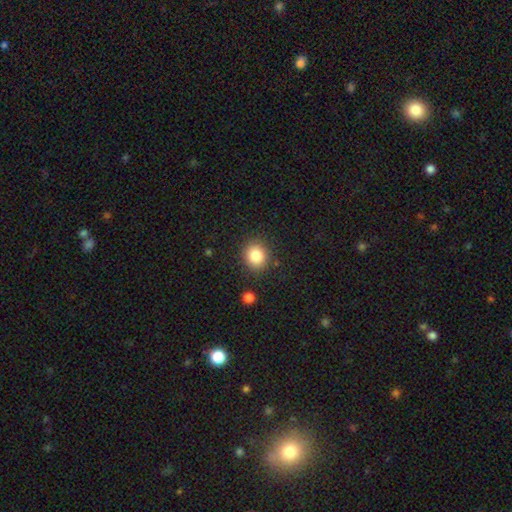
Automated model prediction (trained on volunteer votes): Smooth or featured? Predicted: smooth (p=0.84). How rounded? Predicted: round (p=0.77). Merging? Predicted: none (p=0.86).